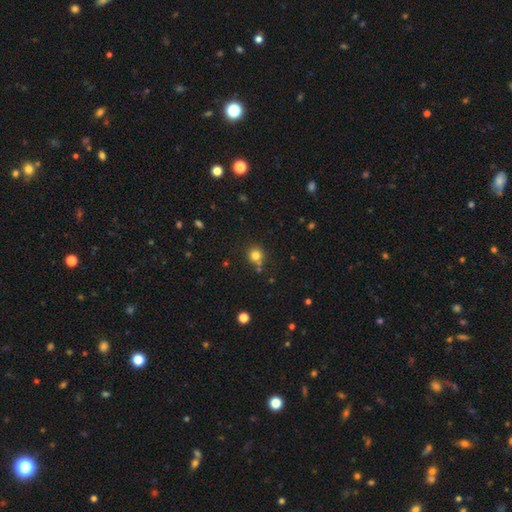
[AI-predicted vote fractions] The model was most divided on "merging": none: 76%, merger: 12%, minor disturbance: 10%, major disturbance: 3%. More confident: how rounded — round (91%); smooth or featured — smooth (79%).